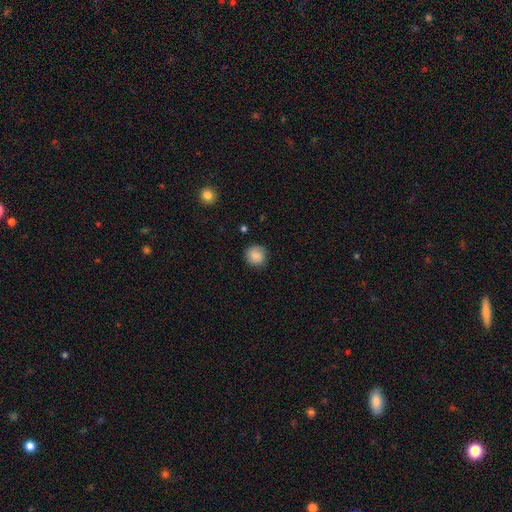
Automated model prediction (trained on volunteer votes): smooth 86%, star or artifact 8%, featured or disk 6%. Down the decision tree: how rounded — round (90%); merging — none (85%).